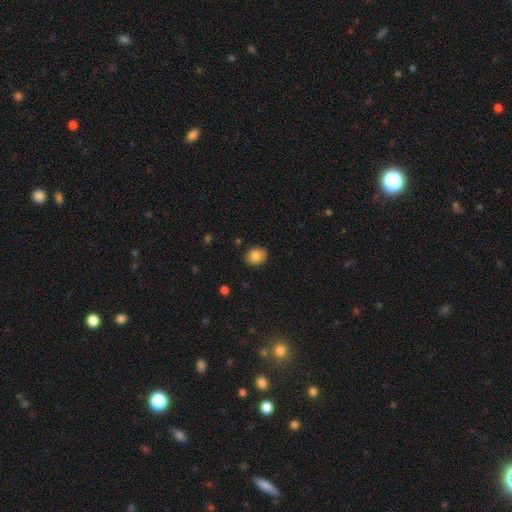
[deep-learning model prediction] A smooth galaxy with no disk features (84%) that is in between round and cigar-shaped (50%).

Vote fractions:
- Smooth or featured? smooth: 84% / star or artifact: 8% / featured or disk: 8%
- How rounded? in between: 50% / round: 49% / cigar-shaped: 1%
- Merging? none: 86% / minor disturbance: 10% / major disturbance: 2% / merger: 1%